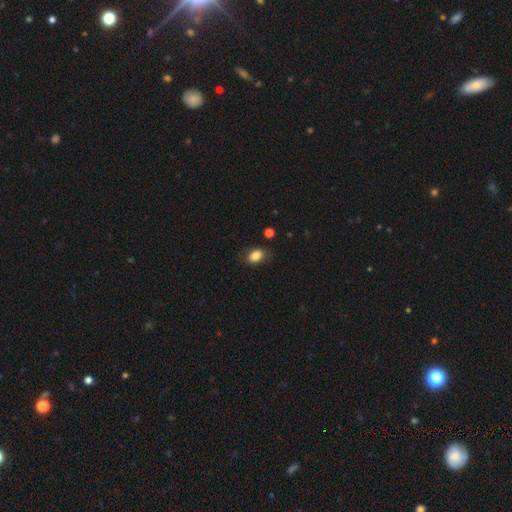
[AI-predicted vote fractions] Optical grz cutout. It shows a smooth galaxy with no disk features (84%) that is in between round and cigar-shaped (82%). Merging: none (79%).